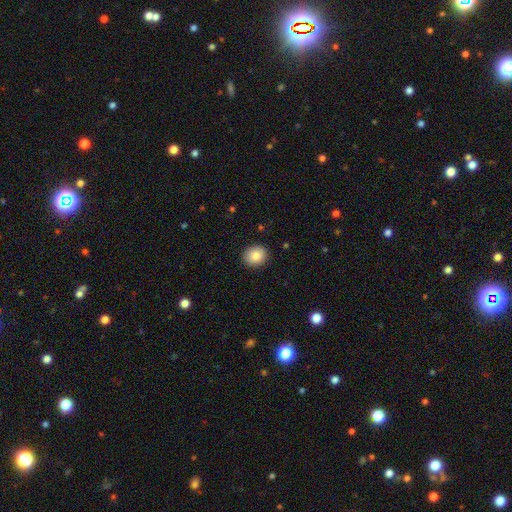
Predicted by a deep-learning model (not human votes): smooth 86%, star or artifact 8%, featured or disk 6%. Down the decision tree: how rounded — round (69%); merging — none (90%).